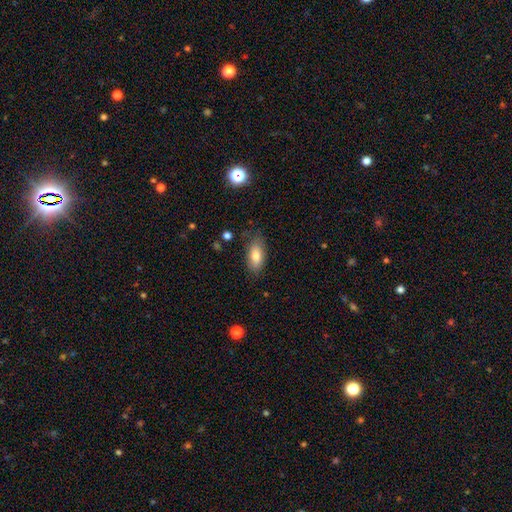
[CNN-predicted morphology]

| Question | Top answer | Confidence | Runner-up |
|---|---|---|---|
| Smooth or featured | smooth | 79% | featured or disk (14%) |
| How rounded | in between | 87% | cigar-shaped (10%) |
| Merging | none | 75% | minor disturbance (19%) |